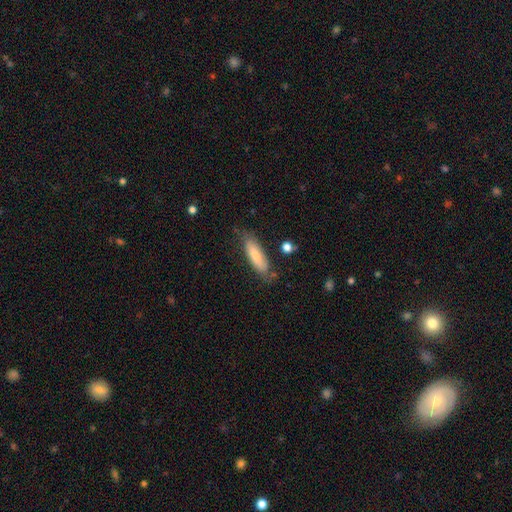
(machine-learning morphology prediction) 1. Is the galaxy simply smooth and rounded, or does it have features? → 73% smooth, 20% featured or disk, 6% star or artifact.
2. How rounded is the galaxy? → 53% cigar-shaped, 45% in between, 2% round.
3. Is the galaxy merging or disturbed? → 73% none, 19% minor disturbance, 5% major disturbance, 3% merger.